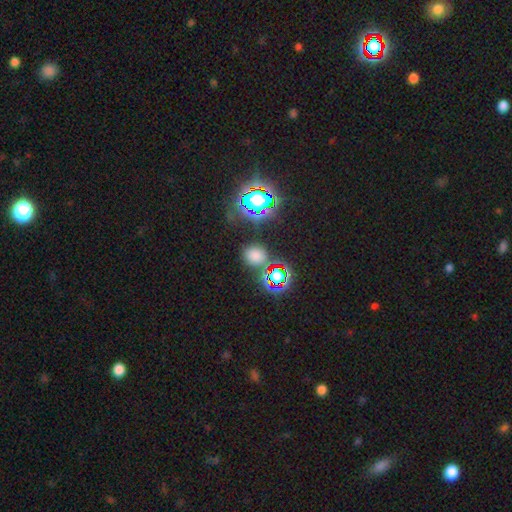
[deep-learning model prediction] This is possibly a smooth galaxy (58%). How rounded: likely round (77%). Merging: likely none (78%).